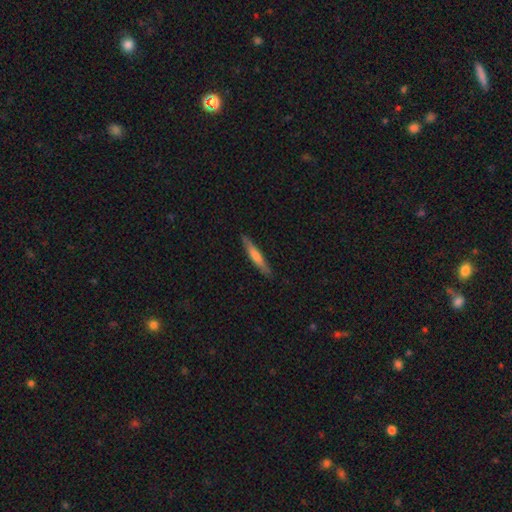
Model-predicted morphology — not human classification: Overall: smooth (54%; featured or disk 40%). How rounded: cigar-shaped (94%). Merging: none (88%).